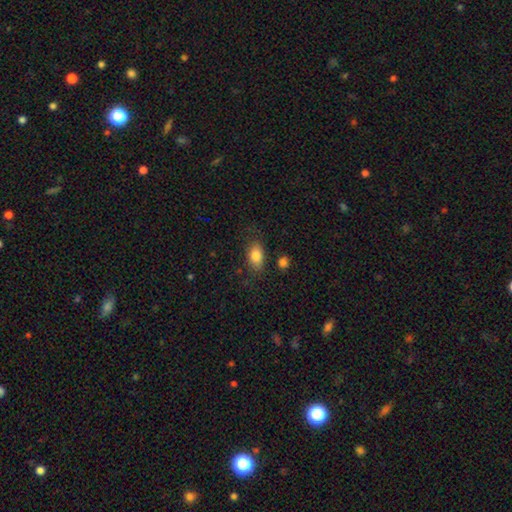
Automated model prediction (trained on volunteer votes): This is clearly a smooth galaxy (83%). How rounded: clearly in between (87%). Merging: likely none (78%).